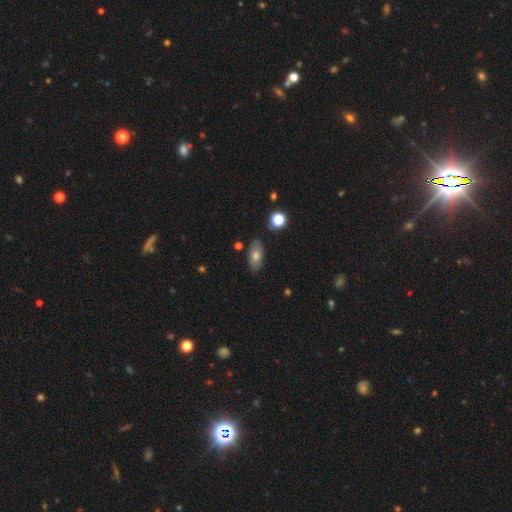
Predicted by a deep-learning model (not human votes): Q: Smooth or featured?
A: smooth (70%); runner-up: featured or disk (21%)
Q: How rounded?
A: in between (87%); runner-up: cigar-shaped (7%)
Q: Merging?
A: none (82%); runner-up: minor disturbance (13%)